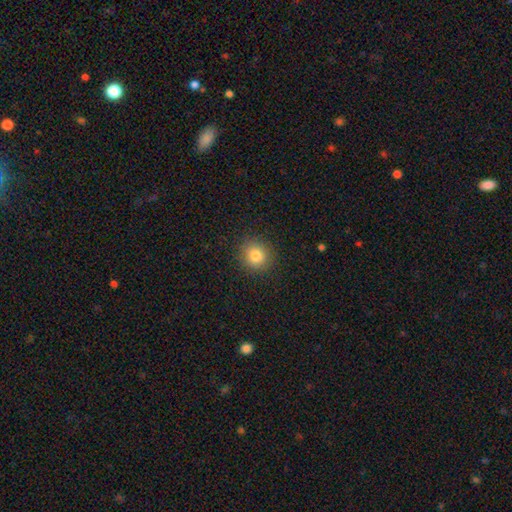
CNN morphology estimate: A smooth galaxy with no disk features (80%) that is round (91%). Merging: none (90%).